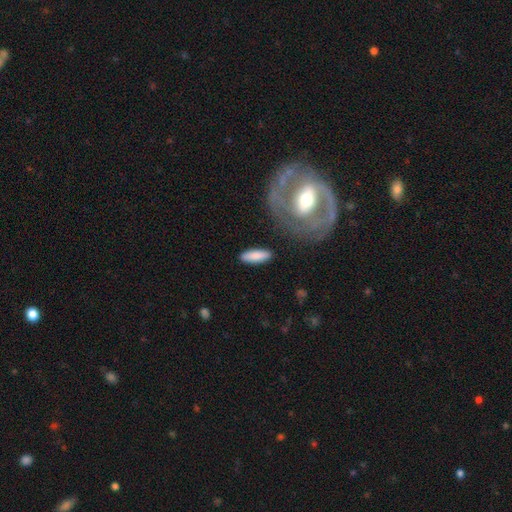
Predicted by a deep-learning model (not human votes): A smooth galaxy with no disk features (84%) that is in between round and cigar-shaped (51%).

Vote fractions:
- Smooth or featured? smooth: 84% / featured or disk: 10% / star or artifact: 5%
- How rounded? in between: 51% / cigar-shaped: 47% / round: 2%
- Merging? none: 85% / minor disturbance: 9% / major disturbance: 3% / merger: 3%